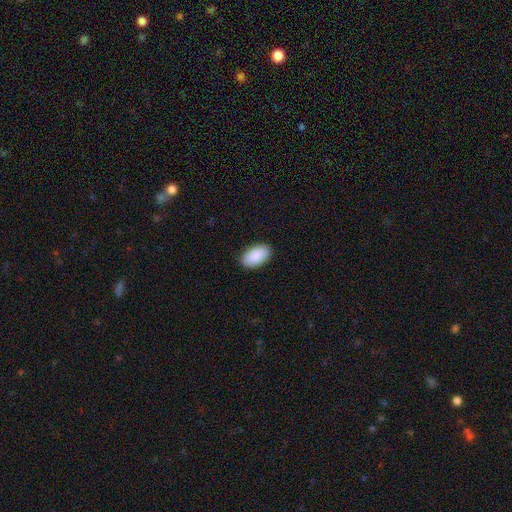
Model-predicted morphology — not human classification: Q: Smooth or featured?
A: smooth (91%); runner-up: star or artifact (6%)
Q: How rounded?
A: in between (95%); runner-up: round (3%)
Q: Merging?
A: none (89%); runner-up: minor disturbance (8%)